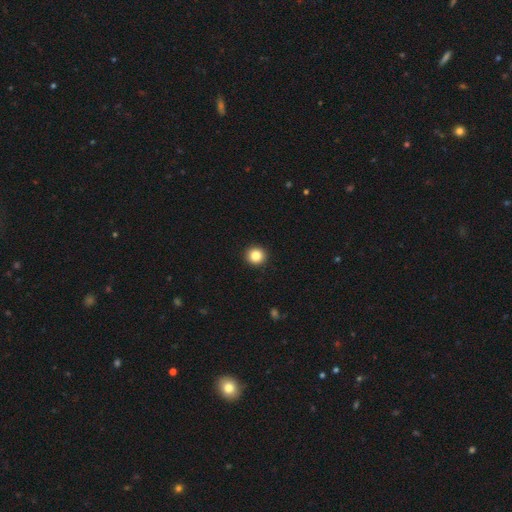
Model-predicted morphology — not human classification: smooth-or-featured: smooth: 85% | star or artifact: 11% | featured or disk: 5%
  how-rounded: round: 95% | in between: 4% | cigar-shaped: 1%
  merging: none: 94% | minor disturbance: 4% | major disturbance: 1% | merger: 1%